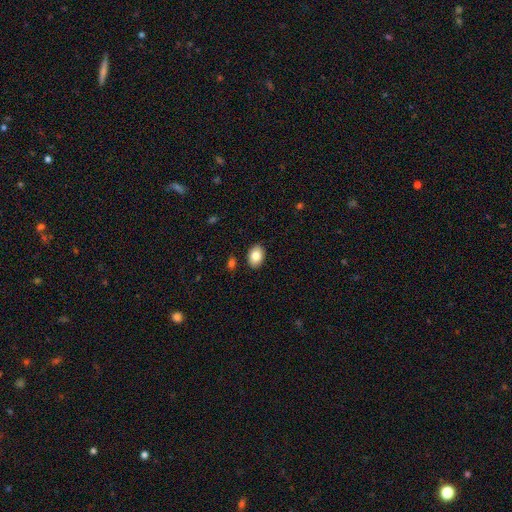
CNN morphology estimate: This appears to be a smooth galaxy with no disk features (83%) that is in between round and cigar-shaped (82%). Merging: none (88%).